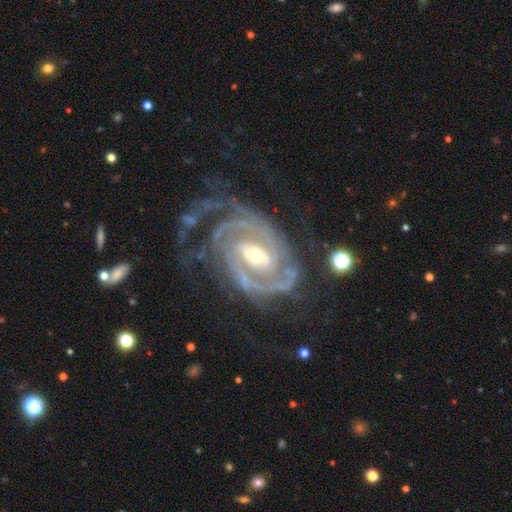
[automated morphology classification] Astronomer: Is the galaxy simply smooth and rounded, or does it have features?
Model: featured or disk — 93%.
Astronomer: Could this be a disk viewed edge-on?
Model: no — 97%.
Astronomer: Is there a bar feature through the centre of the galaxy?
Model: weak — 42% (runner-up: strong, 29%).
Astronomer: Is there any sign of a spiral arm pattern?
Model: yes — 98%.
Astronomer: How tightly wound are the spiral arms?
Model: tight — 61%.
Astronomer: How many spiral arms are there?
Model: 2 — 45% (runner-up: 3, 20%).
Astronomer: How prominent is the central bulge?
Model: moderate — 60%.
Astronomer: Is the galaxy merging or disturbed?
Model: none — 57%.